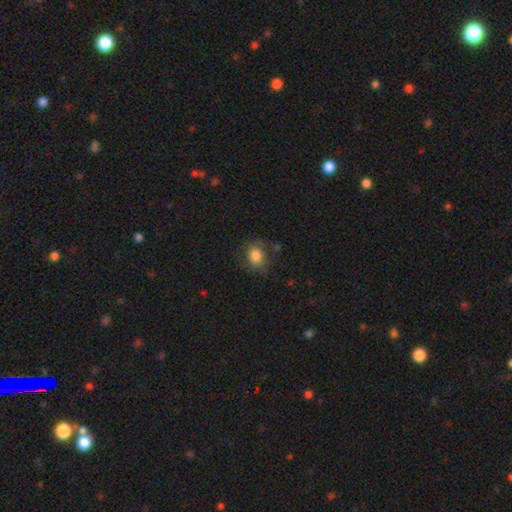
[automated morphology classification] The model was most divided on "how rounded": round: 58%, in between: 41%, cigar-shaped: 1%. More confident: smooth or featured — smooth (80%); merging — none (70%).